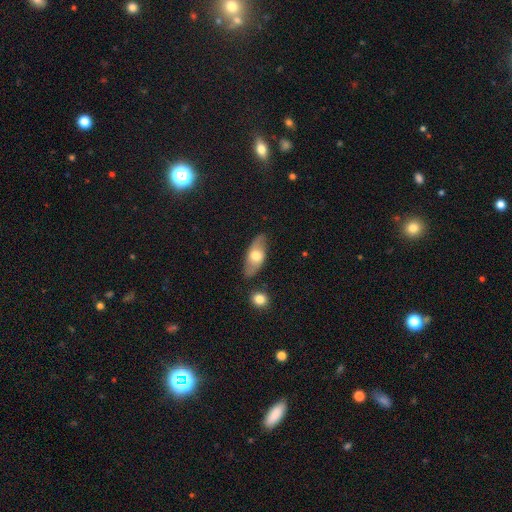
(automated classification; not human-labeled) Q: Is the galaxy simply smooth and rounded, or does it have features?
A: smooth — 54%.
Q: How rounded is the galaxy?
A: in between — 84%.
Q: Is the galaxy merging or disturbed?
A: none — 76%.